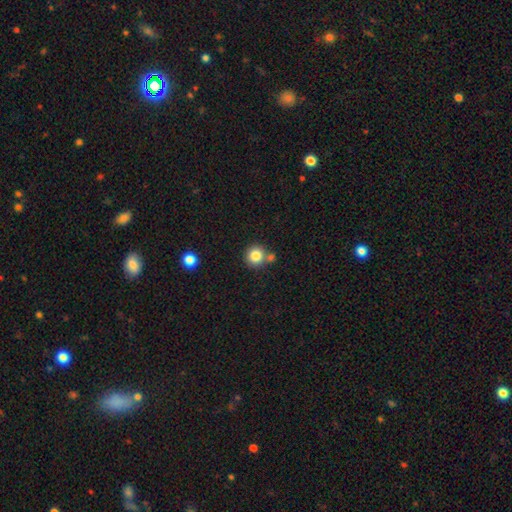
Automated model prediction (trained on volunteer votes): A smooth galaxy with no disk features (83%) that is round (93%).

Vote fractions:
- Smooth or featured? smooth: 83% / star or artifact: 10% / featured or disk: 7%
- How rounded? round: 93% / in between: 7% / cigar-shaped: 1%
- Merging? none: 69% / merger: 20% / minor disturbance: 9% / major disturbance: 3%